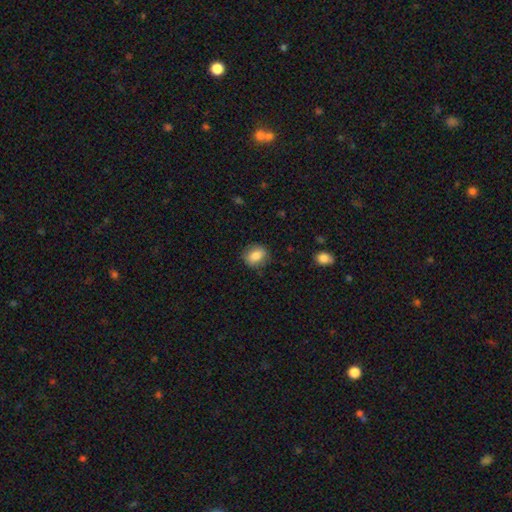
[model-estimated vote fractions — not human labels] Morphology: type=smooth (83%); roundness=round (52%); merging=none (82%).